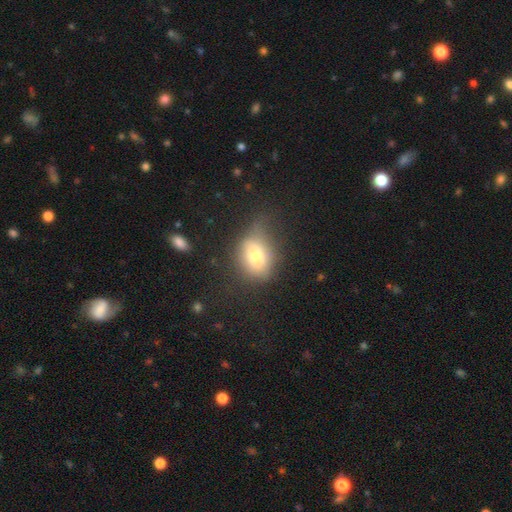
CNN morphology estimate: A smooth galaxy with no disk features (71%) that is in between round and cigar-shaped (63%).

Vote fractions:
- Smooth or featured? smooth: 71% / featured or disk: 18% / star or artifact: 11%
- How rounded? in between: 63% / round: 35% / cigar-shaped: 2%
- Merging? none: 40% / minor disturbance: 33% / major disturbance: 24% / merger: 3%